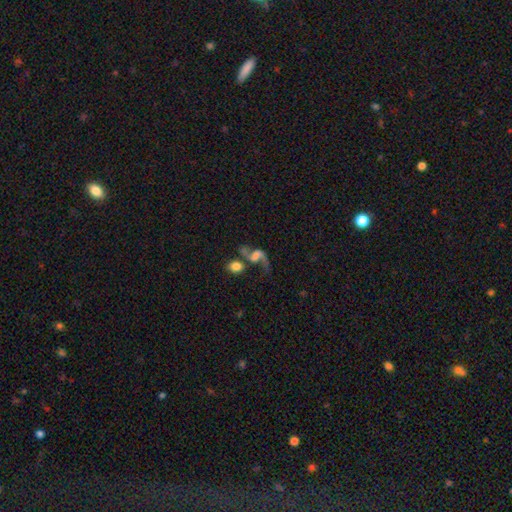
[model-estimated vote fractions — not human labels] This appears to be a featured or disk galaxy (73%) with a weak bar (43%), 2 (82%) loose (87%) spiral arms (90%) and a small central bulge (29%). Merging: none (36%).